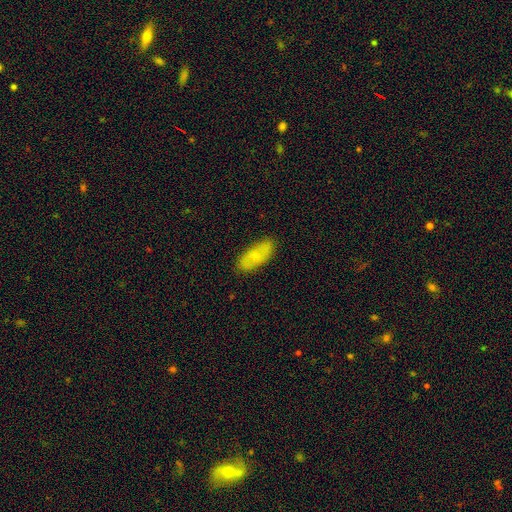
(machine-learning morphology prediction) smooth-or-featured: smooth: 66% | featured or disk: 27% | star or artifact: 7%
  how-rounded: in between: 82% | cigar-shaped: 15% | round: 3%
  merging: none: 85% | minor disturbance: 11% | major disturbance: 2% | merger: 1%